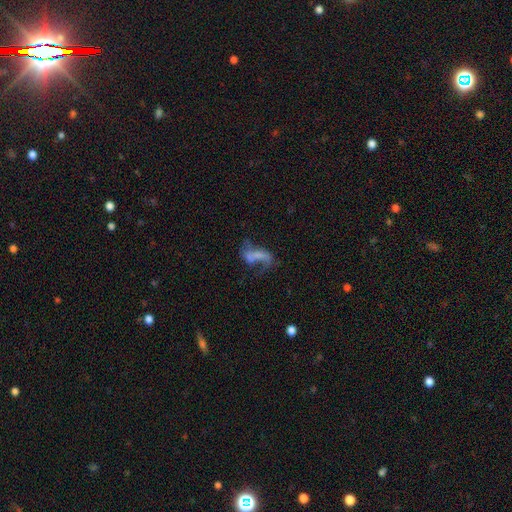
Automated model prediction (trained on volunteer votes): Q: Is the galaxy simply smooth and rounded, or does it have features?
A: featured or disk — 56%.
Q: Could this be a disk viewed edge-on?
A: no — 95%.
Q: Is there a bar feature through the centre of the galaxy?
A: no — 57%.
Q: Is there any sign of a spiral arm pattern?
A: yes — 54%.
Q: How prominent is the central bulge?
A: none — 61%.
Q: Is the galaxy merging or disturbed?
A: major disturbance — 38%.